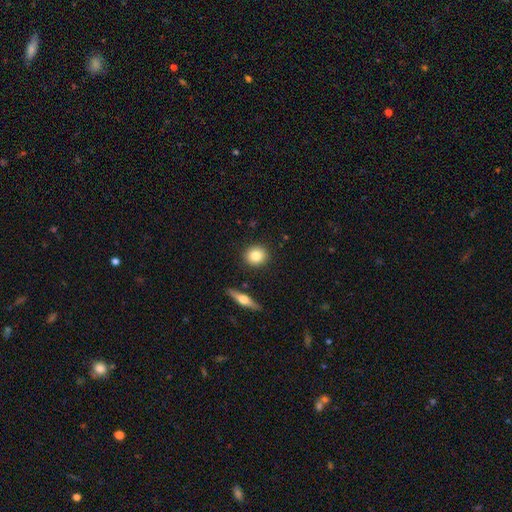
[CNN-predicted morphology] Smooth or featured? Predicted: smooth (p=0.81). How rounded? Predicted: round (p=0.83). Merging? Predicted: none (p=0.88).